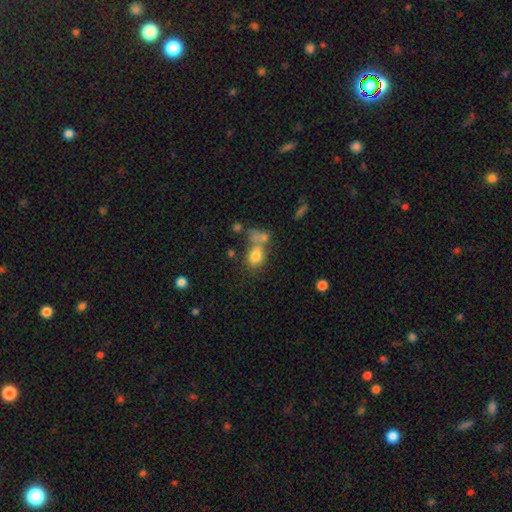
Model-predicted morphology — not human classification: The model was most divided on "how rounded": round: 52%, in between: 46%, cigar-shaped: 2%. Remaining: smooth or featured — smooth (75%); merging — none (42%).